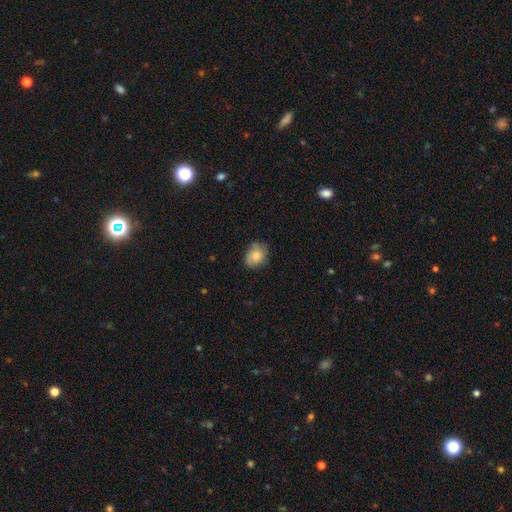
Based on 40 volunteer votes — Morphology: type=smooth (80%); roundness=in between (53%); merging=none (70%).